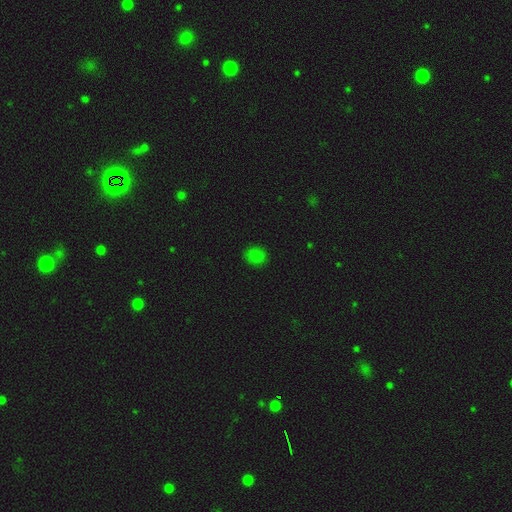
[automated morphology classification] Smooth or featured? Predicted: smooth (p=0.80). How rounded? Predicted: round (p=0.73). Merging? Predicted: none (p=0.87).